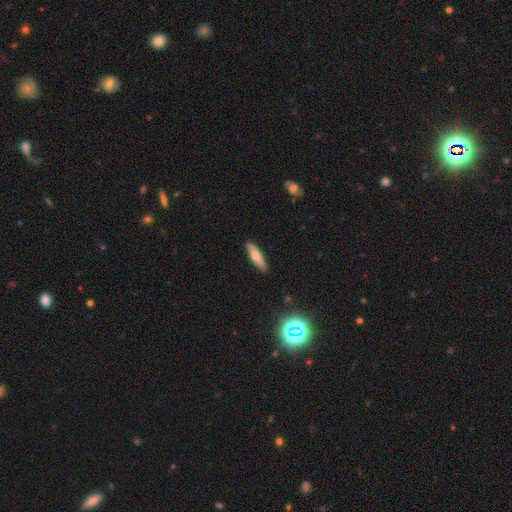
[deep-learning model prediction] Smooth or featured: smooth — 63% (featured or disk — 30%)
How rounded: cigar-shaped — 64% (in between — 34%)
Merging: none — 88% (minor disturbance — 9%)